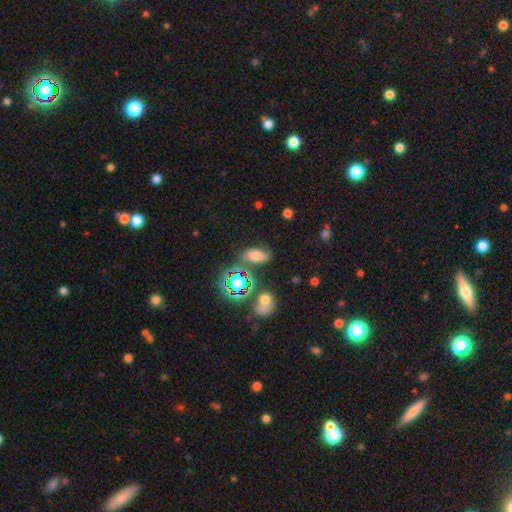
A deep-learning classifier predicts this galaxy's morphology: smooth-or-featured: smooth: 61% | star or artifact: 25% | featured or disk: 14%
  how-rounded: in between: 87% | round: 9% | cigar-shaped: 4%
  merging: none: 59% | minor disturbance: 21% | major disturbance: 10% | merger: 10%